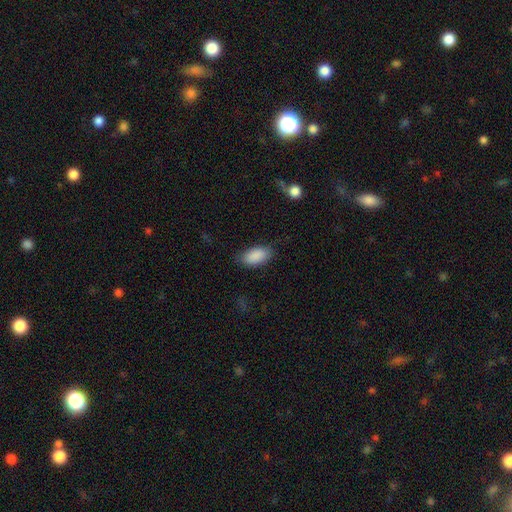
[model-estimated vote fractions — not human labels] Smooth or featured?
  - smooth: 90% *
  - star or artifact: 6%
  - featured or disk: 4%
How rounded?
  - in between: 93% *
  - cigar-shaped: 4%
  - round: 3%
Merging?
  - none: 83% *
  - minor disturbance: 13%
  - major disturbance: 4%
  - merger: 1%